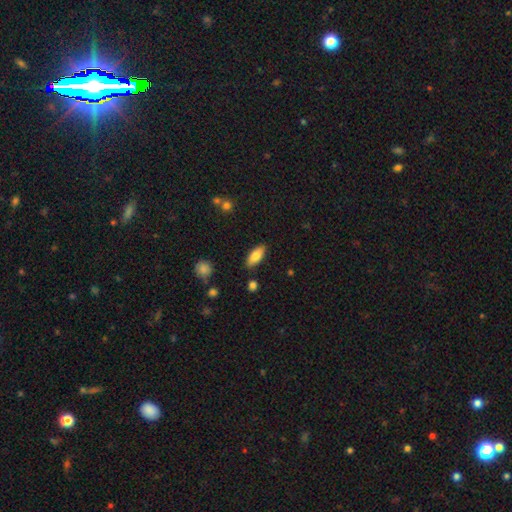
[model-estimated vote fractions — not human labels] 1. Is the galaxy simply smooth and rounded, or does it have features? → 78% smooth, 15% featured or disk, 7% star or artifact.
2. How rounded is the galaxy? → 83% in between, 14% cigar-shaped, 2% round.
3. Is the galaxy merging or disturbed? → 85% none, 10% minor disturbance, 2% merger, 2% major disturbance.